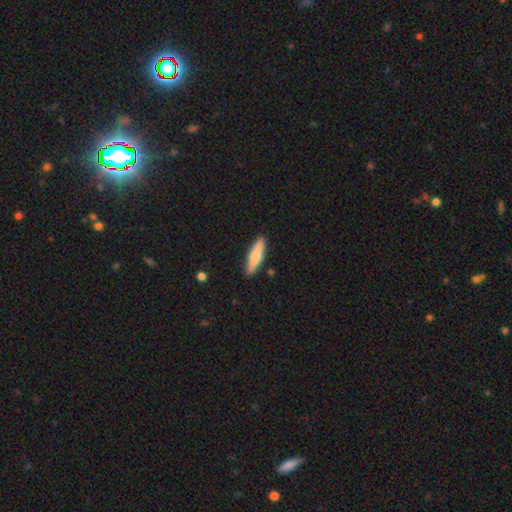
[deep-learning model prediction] smooth-or-featured: smooth: 75% | featured or disk: 20% | star or artifact: 5%
  how-rounded: cigar-shaped: 73% | in between: 26% | round: 2%
  merging: none: 88% | minor disturbance: 9% | major disturbance: 2% | merger: 1%